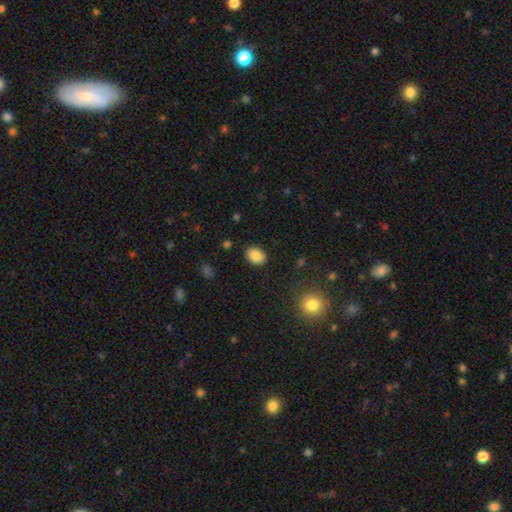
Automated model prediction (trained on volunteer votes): smooth_or_featured: smooth (p=0.86) [alt: star or artifact p=0.09]
how_rounded: in between (p=0.65) [alt: round p=0.34]
merging: none (p=0.87) [alt: minor disturbance p=0.09]